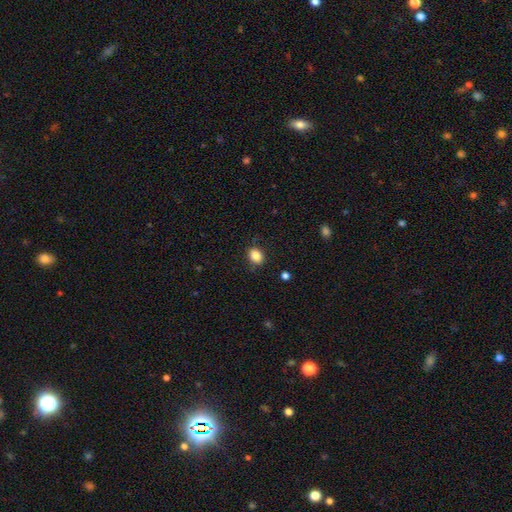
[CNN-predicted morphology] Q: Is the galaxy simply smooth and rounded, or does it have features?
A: smooth — 85%.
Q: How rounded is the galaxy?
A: in between — 56%.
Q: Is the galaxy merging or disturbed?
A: none — 84%.